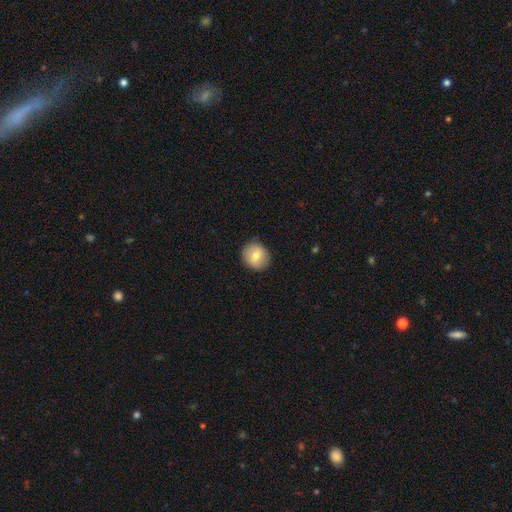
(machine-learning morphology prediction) This appears to be a smooth galaxy with no disk features (71%) that is round (83%). Merging: none (88%).